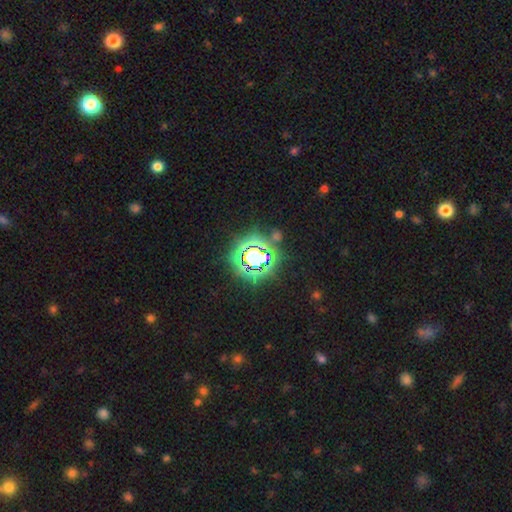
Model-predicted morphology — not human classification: Q: Smooth or featured?
A: star or artifact (73%); runner-up: smooth (17%)